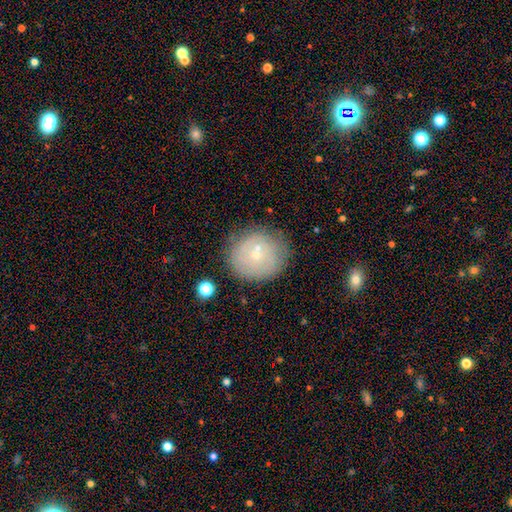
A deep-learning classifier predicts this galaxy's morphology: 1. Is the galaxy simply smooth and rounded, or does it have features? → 45% smooth (tied), 45% featured or disk (tied), 10% star or artifact.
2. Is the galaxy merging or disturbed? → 72% none, 17% minor disturbance, 6% merger, 5% major disturbance.